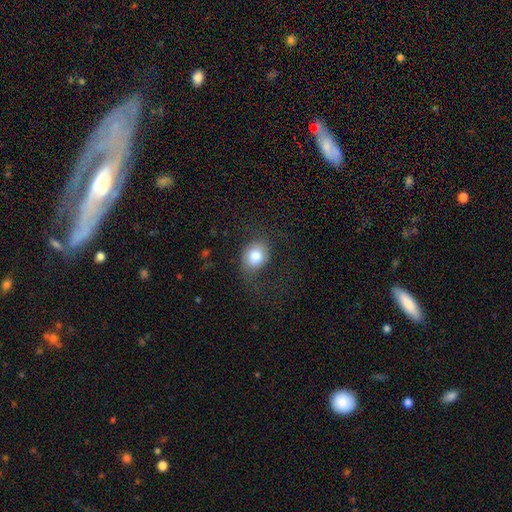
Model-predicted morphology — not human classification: A smooth galaxy with no disk features (80%) that is in between round and cigar-shaped (52%). Merging: none (66%).